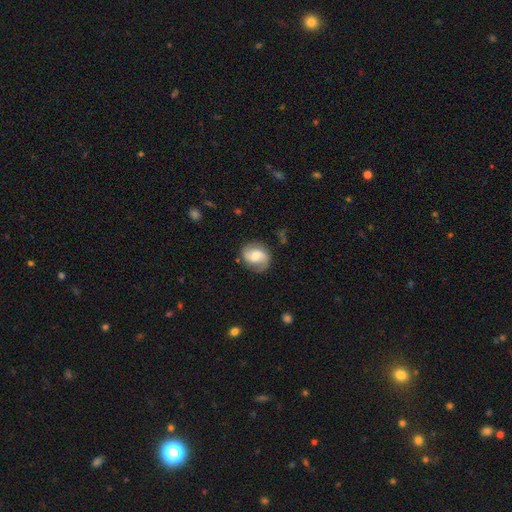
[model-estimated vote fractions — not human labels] Smooth or featured? featured or disk (67%)
Edge-on disk? no (98%)
Bar? no (46%)
Spiral arms? yes (92%)
Spiral winding? medium (42%)
Spiral arm count? 2 (87%)
Bulge size? moderate (56%)
Merging? none (76%)